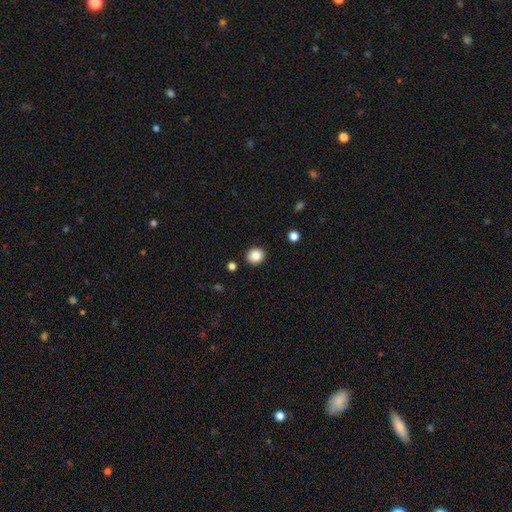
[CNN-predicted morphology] type=smooth (85%); roundness=round (83%); merging=none (90%).